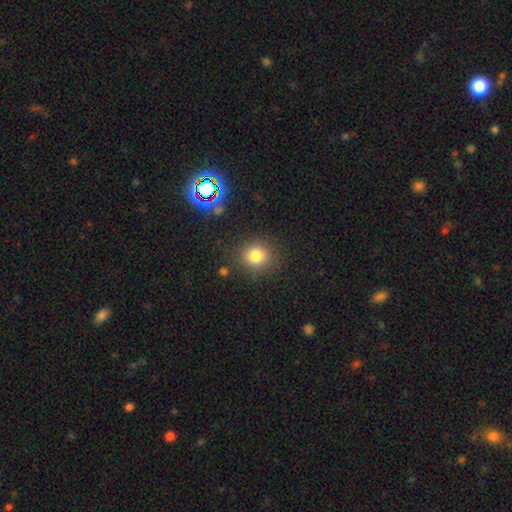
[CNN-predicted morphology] The model was most divided on "smooth or featured": smooth: 81%, star or artifact: 13%, featured or disk: 6%. More confident: merging — none (84%); how rounded — round (84%).